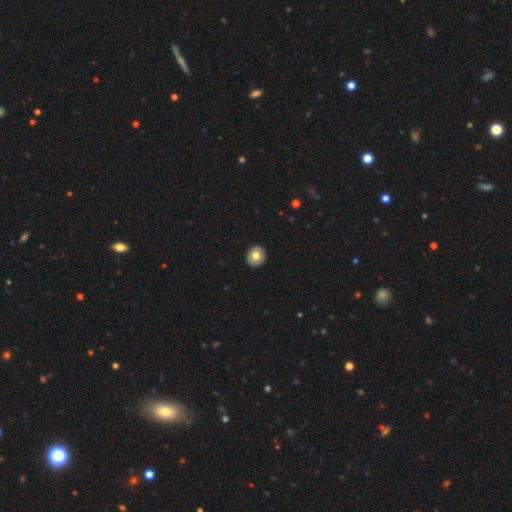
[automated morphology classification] Smooth or featured: smooth — 71% (featured or disk — 22%)
How rounded: round — 85% (in between — 14%)
Merging: none — 92% (minor disturbance — 6%)